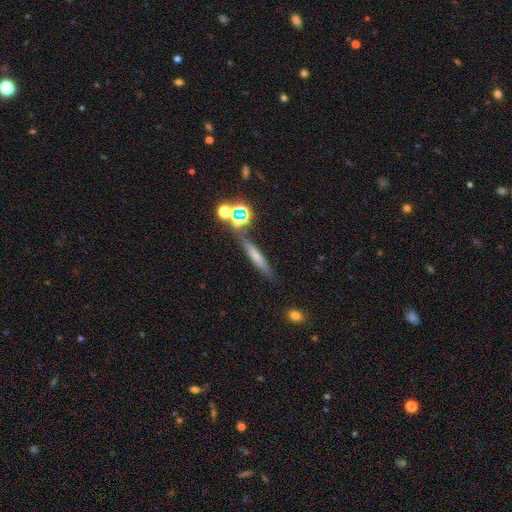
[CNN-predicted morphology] A featured or disk galaxy (43%). Merging: none (73%).